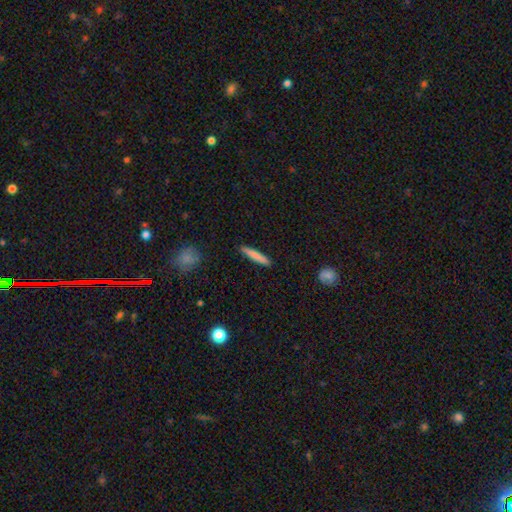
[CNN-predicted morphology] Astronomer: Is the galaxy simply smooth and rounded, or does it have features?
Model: smooth — 79%.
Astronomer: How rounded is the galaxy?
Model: cigar-shaped — 94%.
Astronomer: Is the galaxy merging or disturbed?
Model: none — 91%.